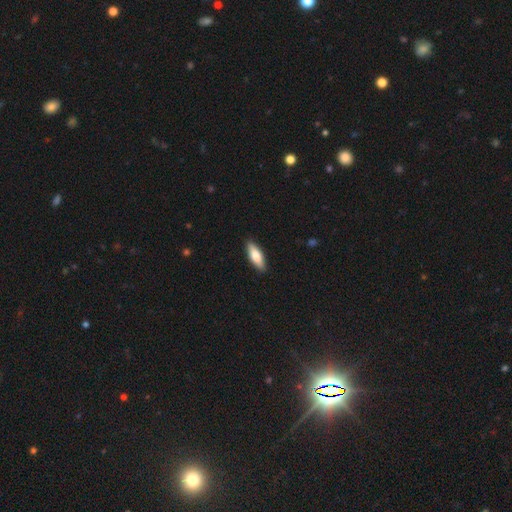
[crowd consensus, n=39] Smooth or featured? smooth (77%)
How rounded? in between (50%)
Merging? none (92%)